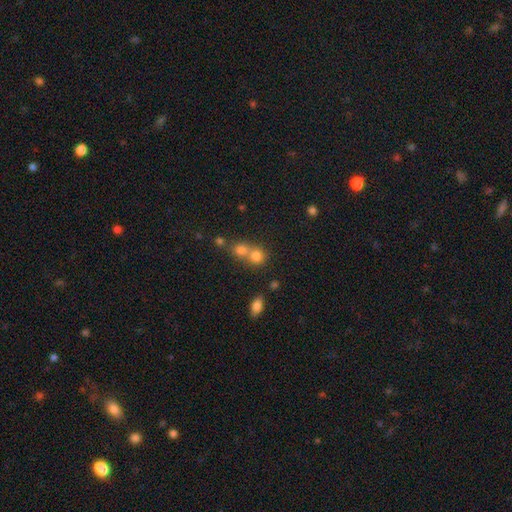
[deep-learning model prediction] Overall: smooth (77%). How rounded: round (79%). Merging: merger (53%; none 39%).